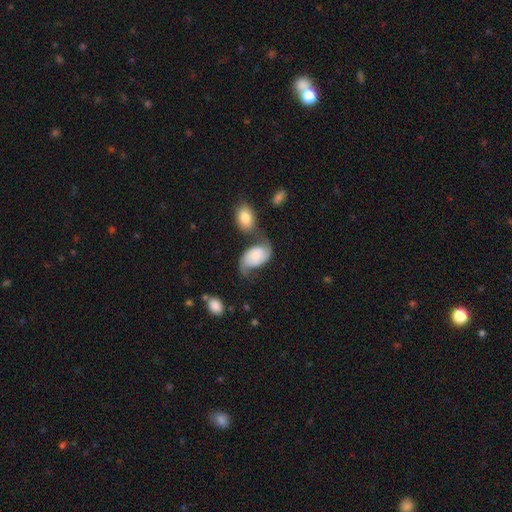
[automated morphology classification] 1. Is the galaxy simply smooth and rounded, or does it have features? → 65% featured or disk, 28% smooth, 7% star or artifact.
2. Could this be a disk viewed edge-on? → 97% no, 3% yes.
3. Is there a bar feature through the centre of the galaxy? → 70% no, 24% weak, 6% strong.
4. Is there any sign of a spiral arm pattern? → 92% yes, 8% no.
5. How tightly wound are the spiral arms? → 53% loose, 34% medium, 13% tight.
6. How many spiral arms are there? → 90% 2, 4% can't tell, 3% 1, 1% 3, 1% 4, 1% more than 4.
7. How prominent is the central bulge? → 31% small, 23% moderate, 20% none, 17% large, 8% dominant.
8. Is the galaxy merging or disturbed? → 37% none, 25% merger, 23% minor disturbance, 16% major disturbance.